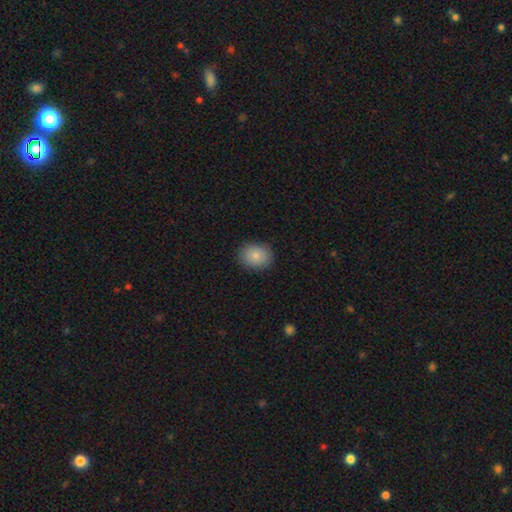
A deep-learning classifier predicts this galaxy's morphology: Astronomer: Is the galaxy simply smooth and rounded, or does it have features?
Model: smooth — 85%.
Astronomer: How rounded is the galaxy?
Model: round — 55% (runner-up: in between, 44%).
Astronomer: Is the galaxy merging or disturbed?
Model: none — 87%.